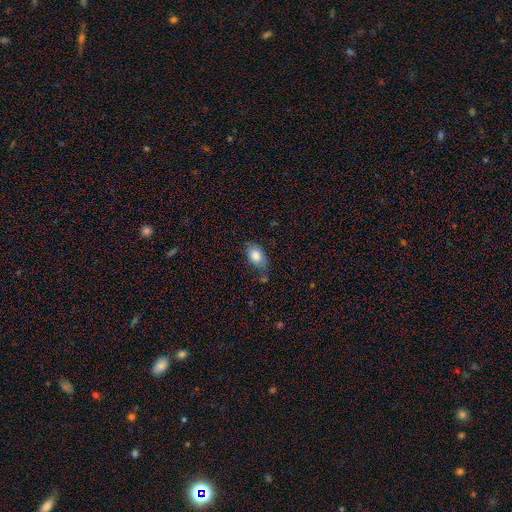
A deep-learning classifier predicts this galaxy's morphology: Smooth or featured? Predicted: smooth (p=0.82). How rounded? Predicted: in between (p=0.89). Merging? Predicted: none (p=0.61).